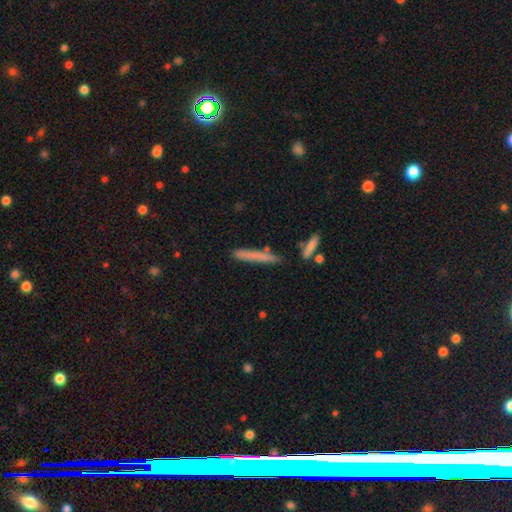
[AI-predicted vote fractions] Smooth or featured?
  - smooth: 70% *
  - featured or disk: 23%
  - star or artifact: 7%
How rounded?
  - cigar-shaped: 96% *
  - in between: 3%
  - round: 1%
Merging?
  - none: 84% *
  - minor disturbance: 10%
  - merger: 4%
  - major disturbance: 2%